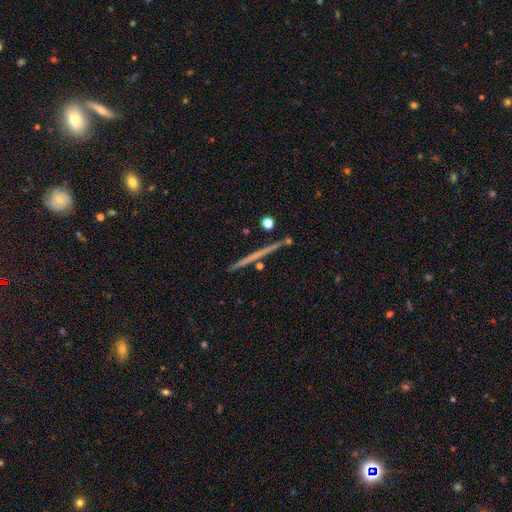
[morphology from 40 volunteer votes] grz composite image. It shows a featured or disk galaxy (68%) viewed edge-on (100%) with no central bulge (96%). Merging: none (87%).